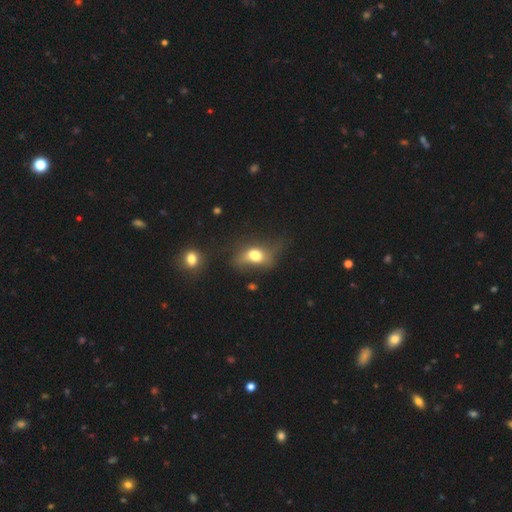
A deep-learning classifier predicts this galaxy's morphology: This is likely a smooth galaxy (65%). How rounded: likely in between (75%). Merging: marginally major disturbance (33%, tied with none).